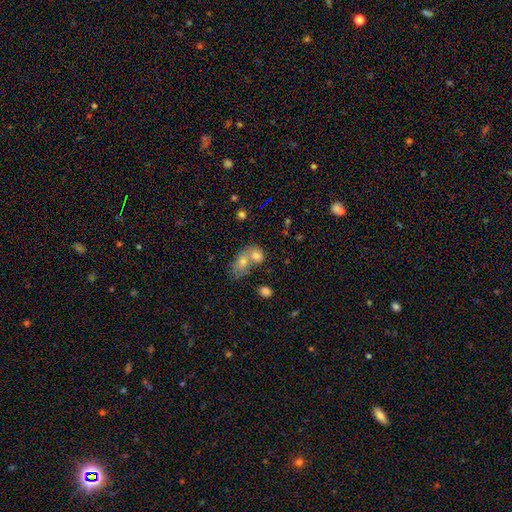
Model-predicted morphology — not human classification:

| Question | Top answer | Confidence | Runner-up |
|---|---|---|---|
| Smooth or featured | smooth | 73% | featured or disk (16%) |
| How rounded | in between | 61% | round (37%) |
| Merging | merger | 62% | none (26%) |